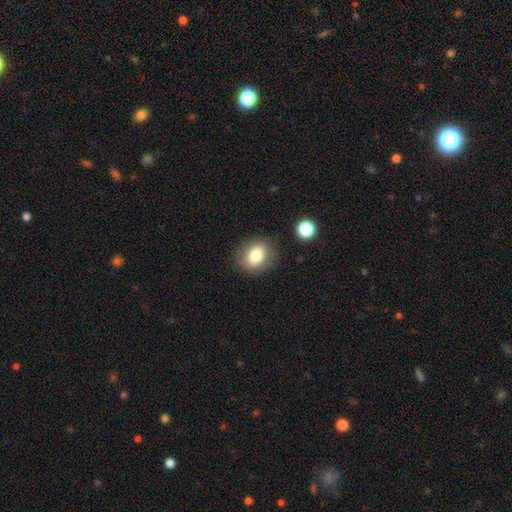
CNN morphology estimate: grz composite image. It shows a smooth galaxy with no disk features (81%) that is round (57%). Merging: none (84%).